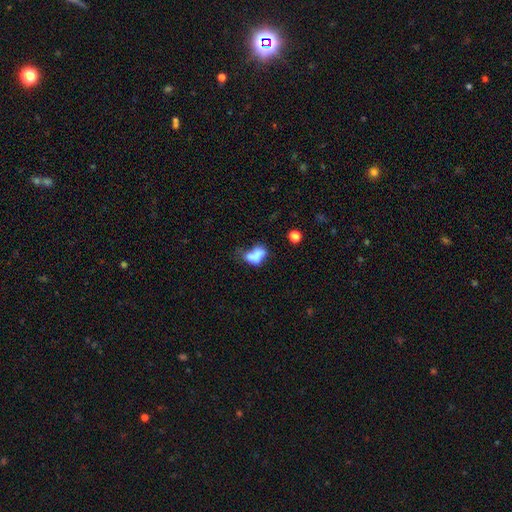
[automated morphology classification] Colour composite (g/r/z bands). It shows a smooth galaxy with no disk features (62%) that is in between round and cigar-shaped (81%). Merging: merger (43%).